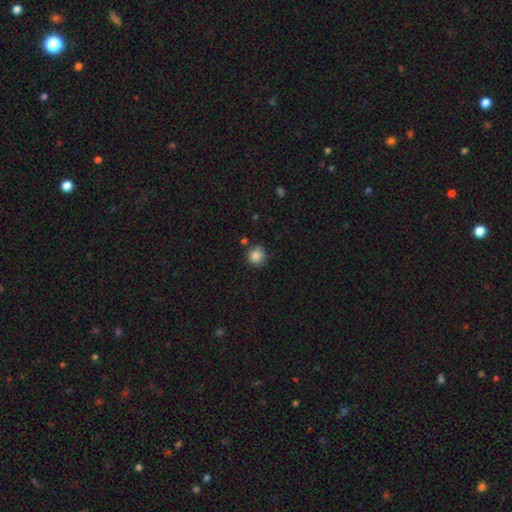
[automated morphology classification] Smooth or featured? smooth (85%)
How rounded? round (92%)
Merging? none (78%)